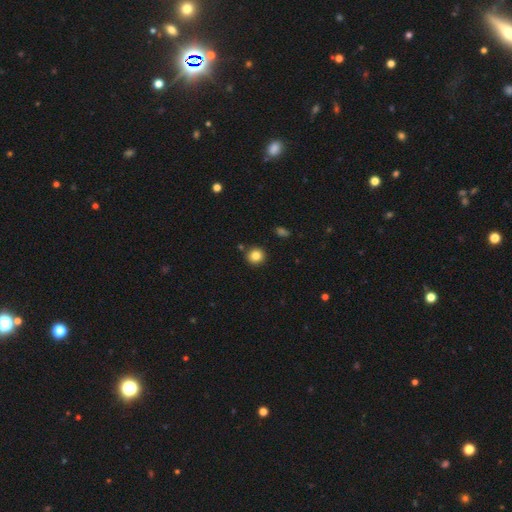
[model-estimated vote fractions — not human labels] A smooth galaxy with no disk features (83%) that is round (93%).

Vote fractions:
- Smooth or featured? smooth: 83% / star or artifact: 11% / featured or disk: 6%
- How rounded? round: 93% / in between: 6% / cigar-shaped: 1%
- Merging? none: 88% / minor disturbance: 7% / merger: 3% / major disturbance: 2%